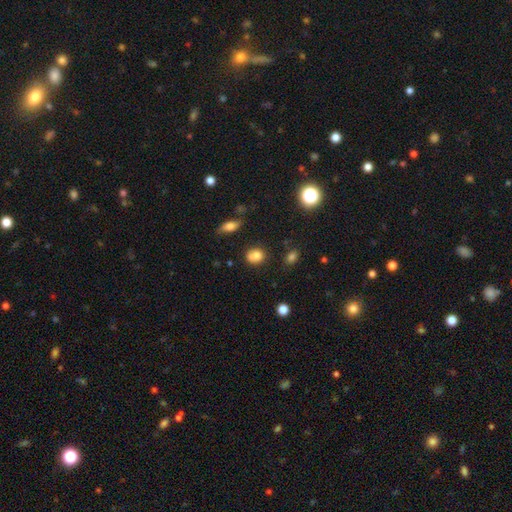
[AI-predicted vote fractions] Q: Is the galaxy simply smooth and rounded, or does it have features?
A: smooth — 80%.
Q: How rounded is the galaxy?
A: round — 58%.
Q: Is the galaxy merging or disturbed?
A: none — 68%.